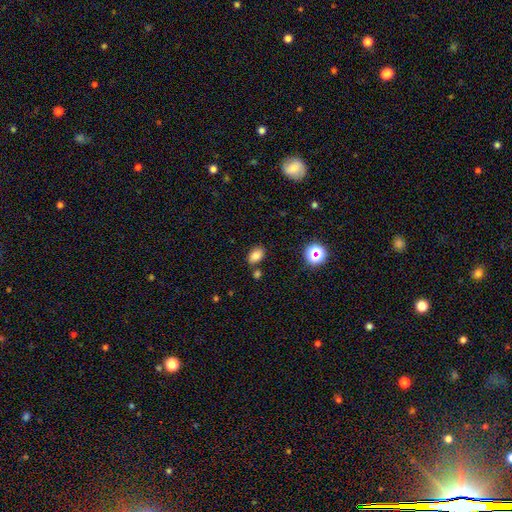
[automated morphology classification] smooth 79%, star or artifact 13%, featured or disk 7%. Down the decision tree: how rounded — in between (84%); merging — none (75%).